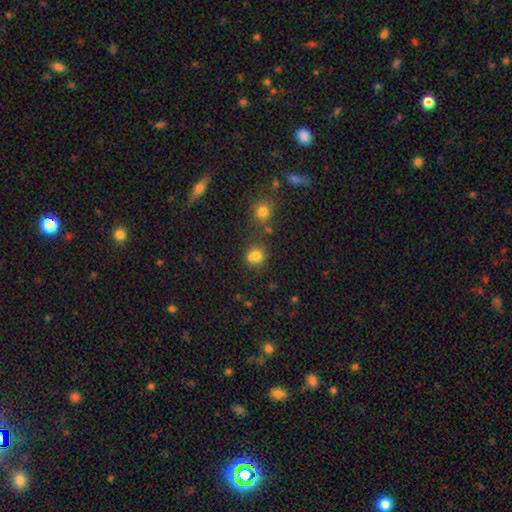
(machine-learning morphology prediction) A smooth galaxy with no disk features (76%) that is round (81%). Merging: none (56%).